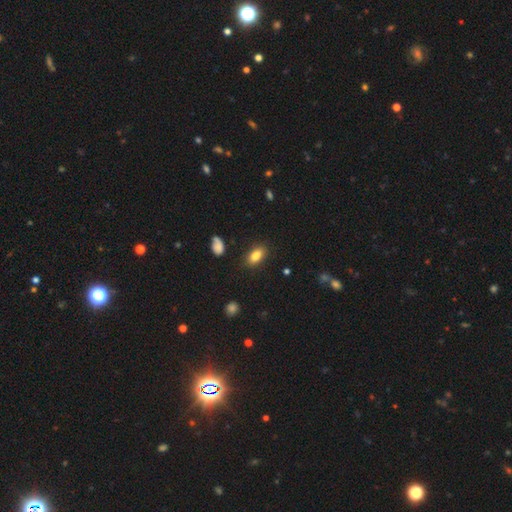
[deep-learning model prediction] Smooth or featured: smooth — 84% (star or artifact — 8%)
How rounded: in between — 88% (round — 7%)
Merging: none — 85% (minor disturbance — 11%)